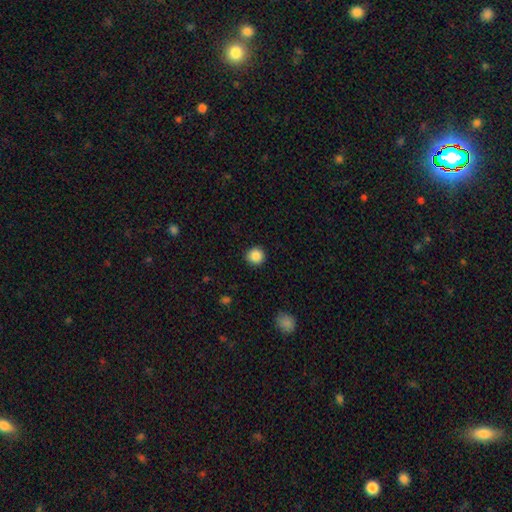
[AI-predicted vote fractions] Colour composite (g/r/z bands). It shows a smooth galaxy with no disk features (87%) that is round (93%). Merging: none (92%).